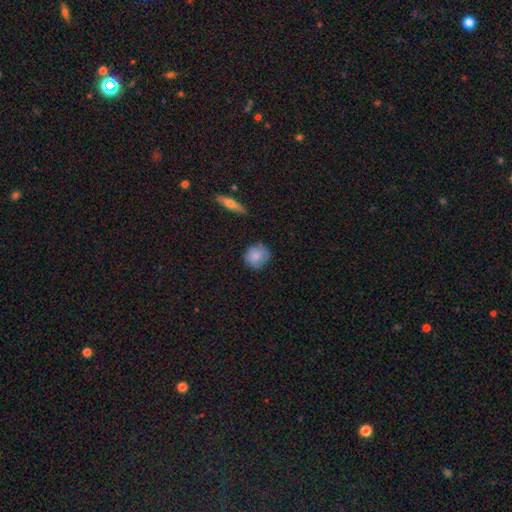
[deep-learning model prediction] This appears to be a smooth galaxy with no disk features (81%) that is round (84%). Merging: none (72%).